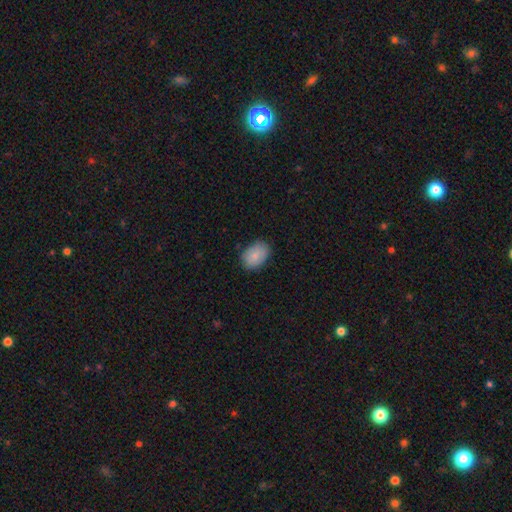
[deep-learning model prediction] Overall: smooth (83%). How rounded: in between (80%). Merging: none (81%).